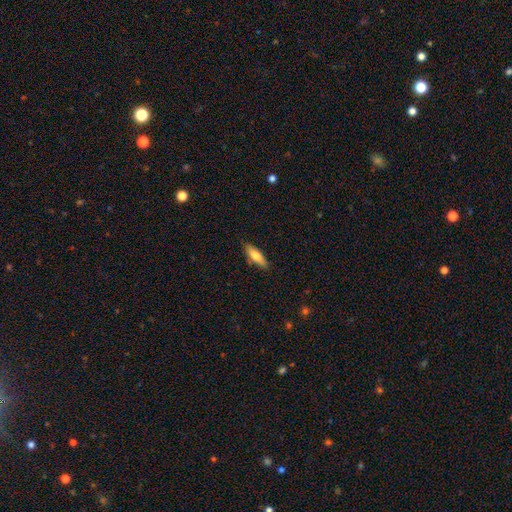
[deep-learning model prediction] Overall: smooth (67%). How rounded: cigar-shaped (55%; in between 43%). Merging: none (84%).